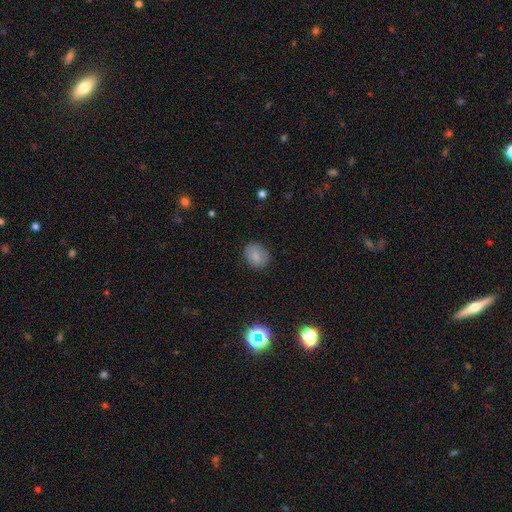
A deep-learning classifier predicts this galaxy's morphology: A smooth galaxy with no disk features (83%) that is round (55%).

Vote fractions:
- Smooth or featured? smooth: 83% / star or artifact: 10% / featured or disk: 7%
- How rounded? round: 55% / in between: 43% / cigar-shaped: 1%
- Merging? none: 83% / minor disturbance: 13% / major disturbance: 3% / merger: 1%